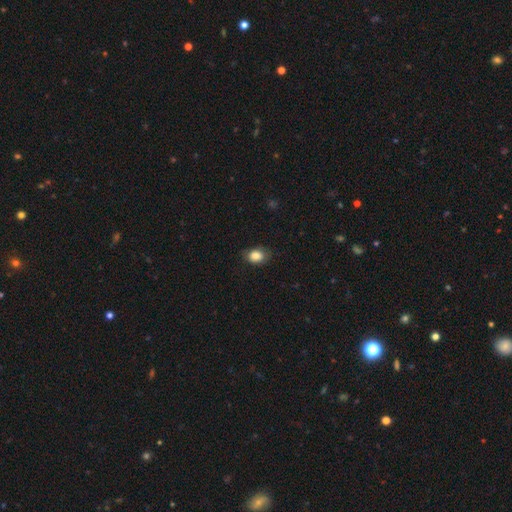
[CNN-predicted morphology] A smooth galaxy with no disk features (85%) that is in between round and cigar-shaped (65%).

Vote fractions:
- Smooth or featured? smooth: 85% / star or artifact: 9% / featured or disk: 6%
- How rounded? in between: 65% / round: 34% / cigar-shaped: 1%
- Merging? none: 75% / minor disturbance: 20% / major disturbance: 4% / merger: 1%